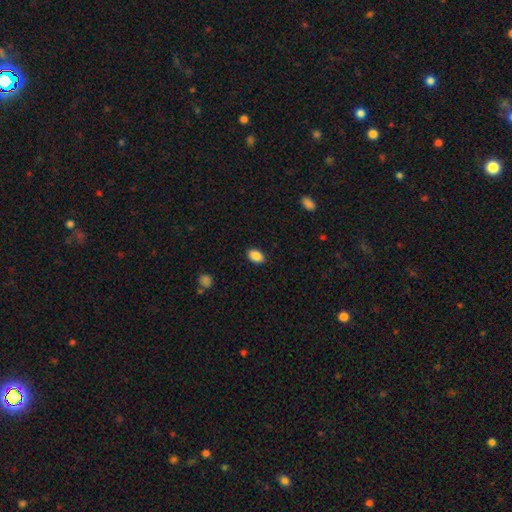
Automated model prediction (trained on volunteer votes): smooth_or_featured: smooth (p=0.88) [alt: star or artifact p=0.08]
how_rounded: in between (p=0.86) [alt: round p=0.12]
merging: none (p=0.88) [alt: minor disturbance p=0.09]